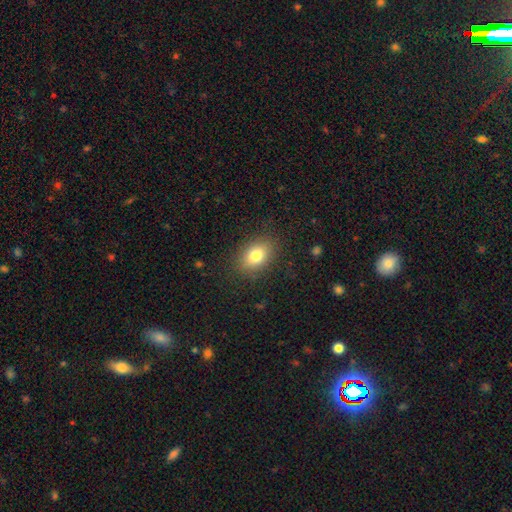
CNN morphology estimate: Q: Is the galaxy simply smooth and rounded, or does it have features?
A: smooth — 79%.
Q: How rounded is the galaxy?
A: in between — 79%.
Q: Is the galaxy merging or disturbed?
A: none — 85%.